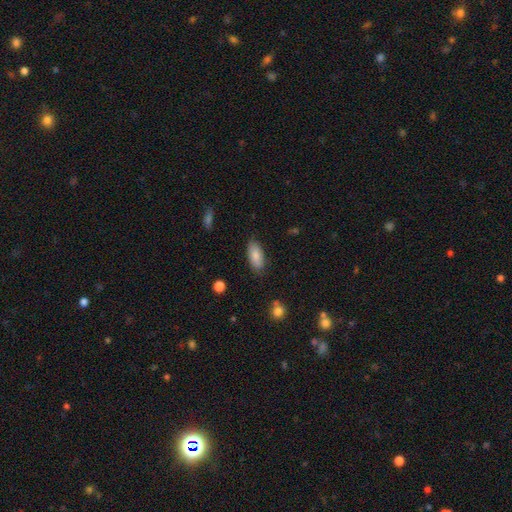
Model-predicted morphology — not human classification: This is clearly a smooth galaxy (85%). How rounded: clearly in between (89%). Merging: clearly none (82%).